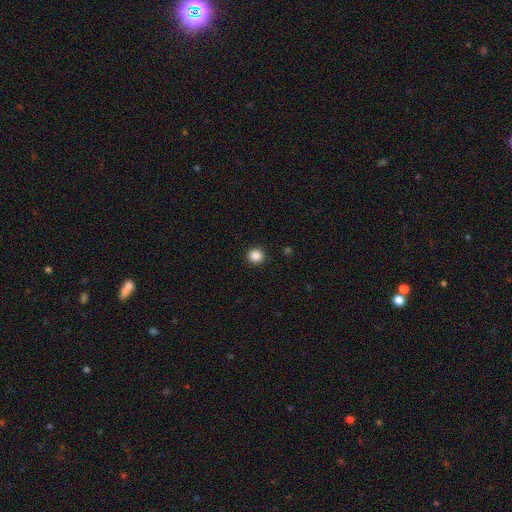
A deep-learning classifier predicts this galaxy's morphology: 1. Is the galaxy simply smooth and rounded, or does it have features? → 87% smooth, 10% star or artifact, 3% featured or disk.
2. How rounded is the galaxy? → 91% round, 8% in between, 1% cigar-shaped.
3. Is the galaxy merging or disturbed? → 92% none, 5% minor disturbance, 2% major disturbance, 1% merger.